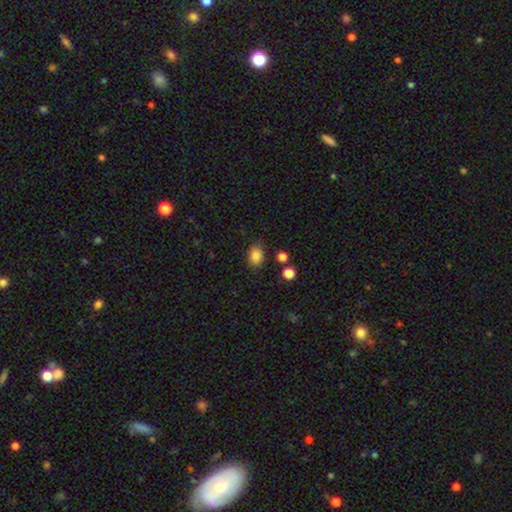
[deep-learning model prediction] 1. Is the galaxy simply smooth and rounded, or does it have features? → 84% smooth, 10% star or artifact, 5% featured or disk.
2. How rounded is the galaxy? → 67% in between, 32% round, 1% cigar-shaped.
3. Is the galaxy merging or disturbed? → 76% none, 16% minor disturbance, 4% major disturbance, 3% merger.